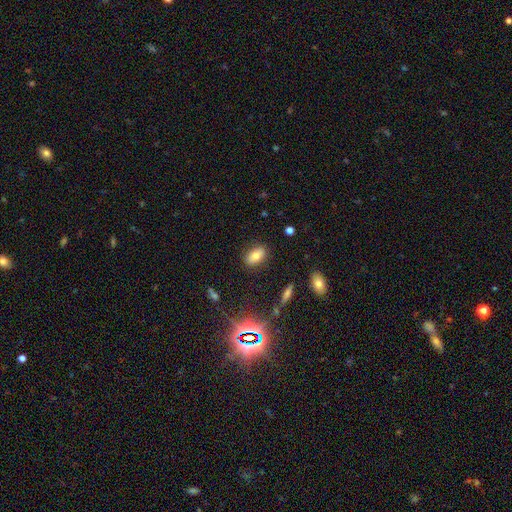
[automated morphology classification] This appears to be a smooth galaxy with no disk features (72%) that is in between round and cigar-shaped (88%). Merging: none (86%).